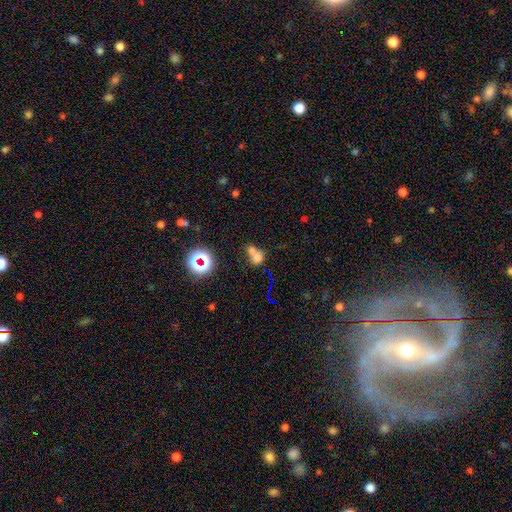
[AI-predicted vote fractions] Smooth or featured? Predicted: smooth (p=0.64). How rounded? Predicted: round (p=0.62). Merging? Predicted: merger (p=0.61).